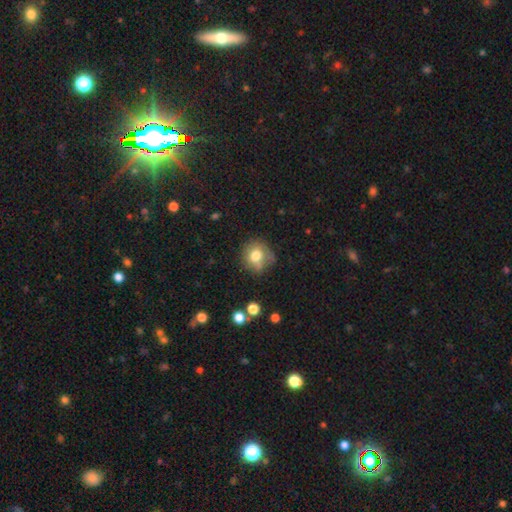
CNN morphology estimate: smooth 75%, featured or disk 14%, star or artifact 11%. Down the decision tree: how rounded — round (81%); merging — none (61%).